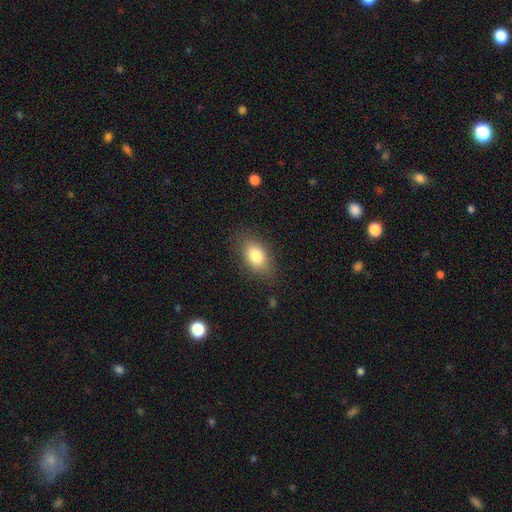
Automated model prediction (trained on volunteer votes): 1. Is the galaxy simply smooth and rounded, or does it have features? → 80% smooth, 11% featured or disk, 8% star or artifact.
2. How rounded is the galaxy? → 86% in between, 11% round, 3% cigar-shaped.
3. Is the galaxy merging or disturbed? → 80% none, 15% minor disturbance, 4% major disturbance, 1% merger.